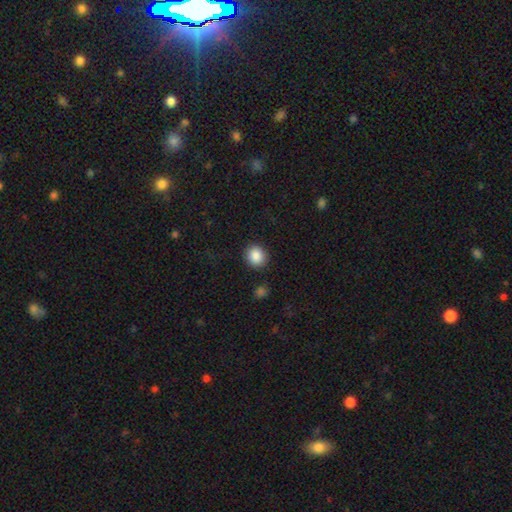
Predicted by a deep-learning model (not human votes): Smooth or featured: smooth — 88% (star or artifact — 9%)
How rounded: round — 82% (in between — 18%)
Merging: none — 89% (minor disturbance — 7%)